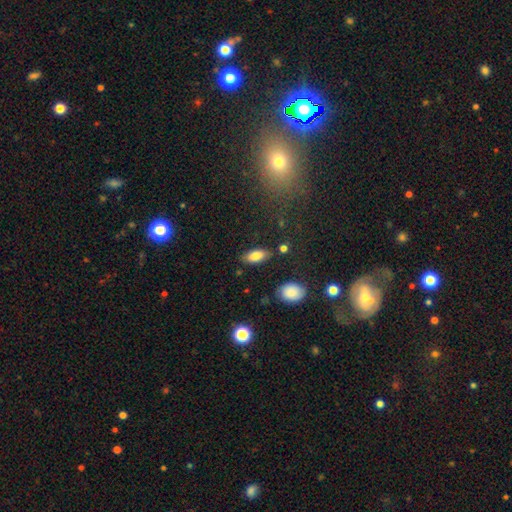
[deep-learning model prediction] Smooth or featured: smooth — 83% (featured or disk — 10%)
How rounded: in between — 89% (cigar-shaped — 8%)
Merging: none — 82% (minor disturbance — 12%)